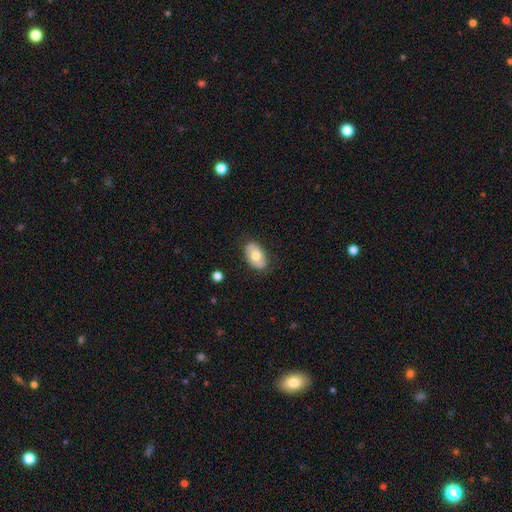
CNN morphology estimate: type=smooth (63%); roundness=in between (90%); merging=none (81%).